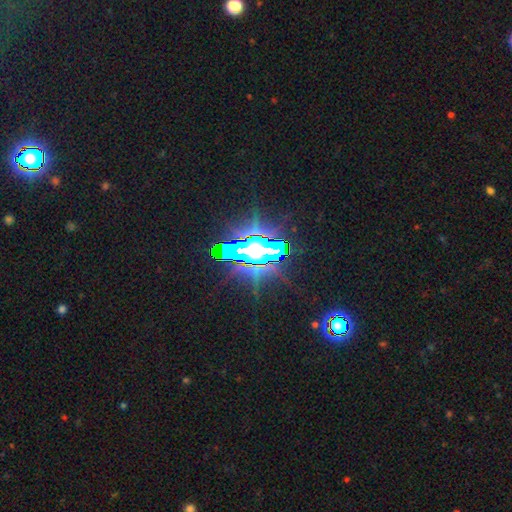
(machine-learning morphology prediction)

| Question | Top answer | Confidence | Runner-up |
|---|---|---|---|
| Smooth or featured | star or artifact | 75% | featured or disk (14%) |